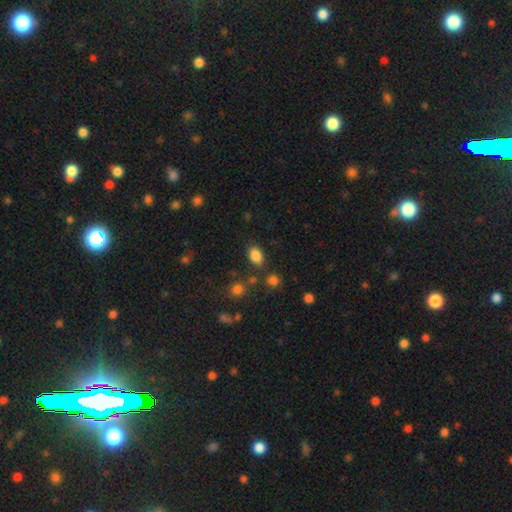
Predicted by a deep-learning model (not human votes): smooth 85%, star or artifact 10%, featured or disk 5%. Down the decision tree: how rounded — in between (81%); merging — none (80%).